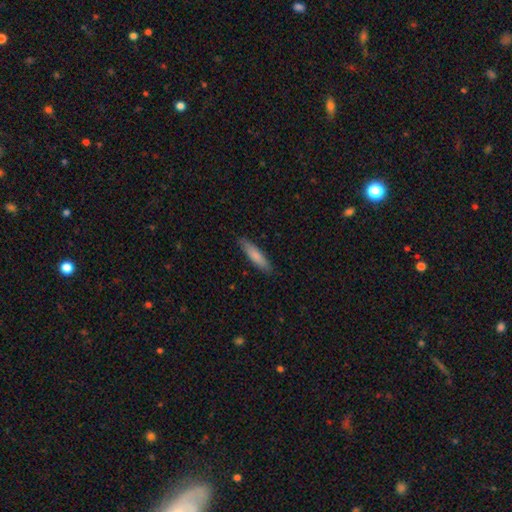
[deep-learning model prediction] smooth 79%, featured or disk 16%, star or artifact 5%. Down the decision tree: how rounded — cigar-shaped (78%); merging — none (86%).